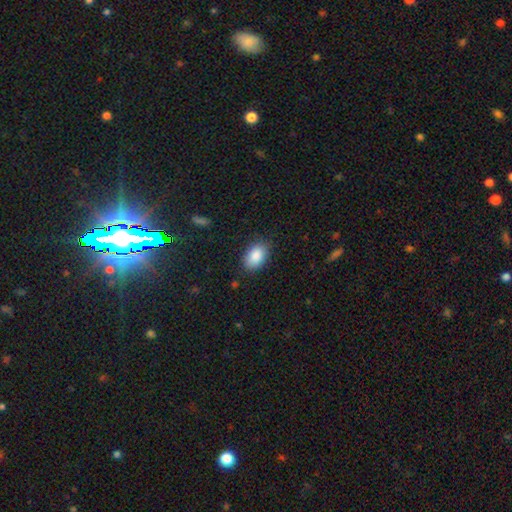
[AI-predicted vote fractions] smooth_or_featured: smooth (p=0.88) [alt: star or artifact p=0.07]
how_rounded: in between (p=0.89) [alt: round p=0.10]
merging: none (p=0.84) [alt: minor disturbance p=0.12]